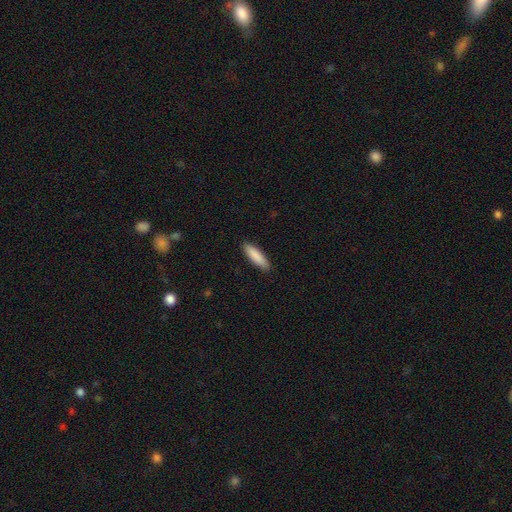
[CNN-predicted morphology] This appears to be a smooth galaxy with no disk features (88%) that is cigar-shaped (69%). Merging: none (89%).